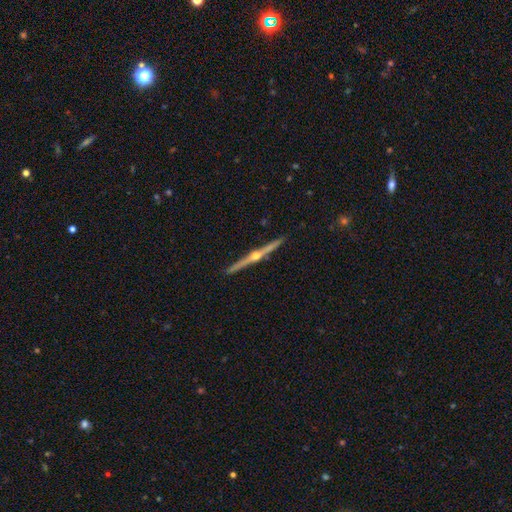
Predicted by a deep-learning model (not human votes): This is clearly a featured or disk galaxy (87%). It is clearly viewed edge-on (99%). Edge-on bulge: clearly rounded (95%). Merging: clearly none (92%).